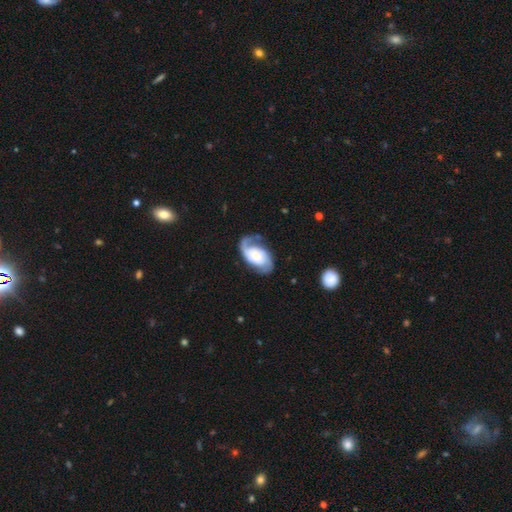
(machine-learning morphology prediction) smooth_or_featured: featured or disk (p=0.80) [alt: smooth p=0.15]
disk_edge_on: no (p=0.97) [alt: yes p=0.03]
bar: no (p=0.62) [alt: weak p=0.29]
has_spiral_arms: yes (p=0.95) [alt: no p=0.05]
spiral_winding: medium (p=0.43) [alt: loose p=0.33]
spiral_arm_count: 2 (p=0.81) [alt: 1 p=0.12]
bulge_size: small (p=0.32) [alt: moderate p=0.29]
merging: none (p=0.61) [alt: minor disturbance p=0.22]